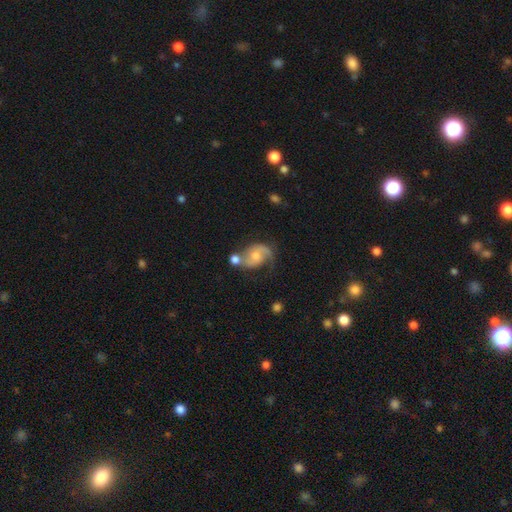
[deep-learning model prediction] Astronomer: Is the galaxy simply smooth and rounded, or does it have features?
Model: featured or disk — 70%.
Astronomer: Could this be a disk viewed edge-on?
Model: no — 97%.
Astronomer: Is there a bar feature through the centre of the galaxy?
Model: no — 58% (runner-up: weak, 36%).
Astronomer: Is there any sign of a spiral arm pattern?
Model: yes — 91%.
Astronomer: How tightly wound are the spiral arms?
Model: medium — 46% (runner-up: loose, 39%).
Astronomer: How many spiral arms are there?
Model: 2 — 78%.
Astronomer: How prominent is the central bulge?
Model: moderate — 54% (runner-up: small, 33%).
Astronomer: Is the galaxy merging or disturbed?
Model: none — 43% (runner-up: merger, 25%).